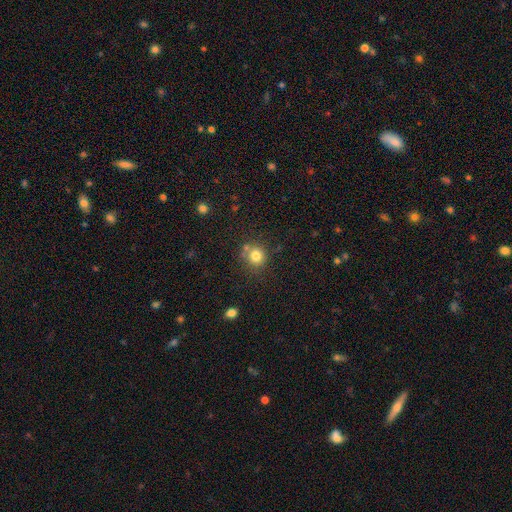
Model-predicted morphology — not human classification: Overall: smooth (80%). How rounded: round (87%). Merging: none (69%).